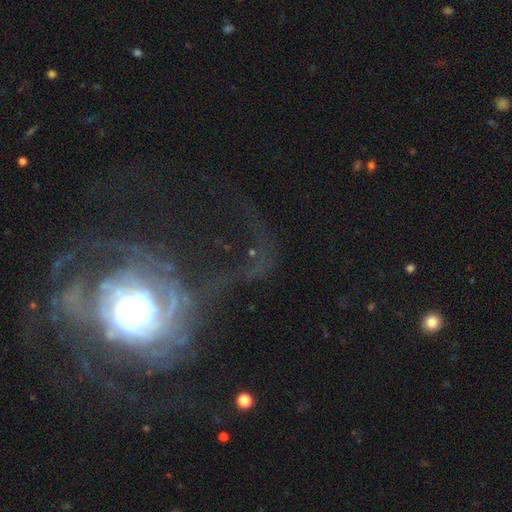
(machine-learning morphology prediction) featured or disk 71%, star or artifact 17%, smooth 12%. Down the decision tree: edge-on disk — no (95%); bar — no (70%); spiral arms — yes (78%); spiral arm count — can't tell (33%); spiral winding — tight (43%); bulge size — moderate (44%); merging — major disturbance (44%).